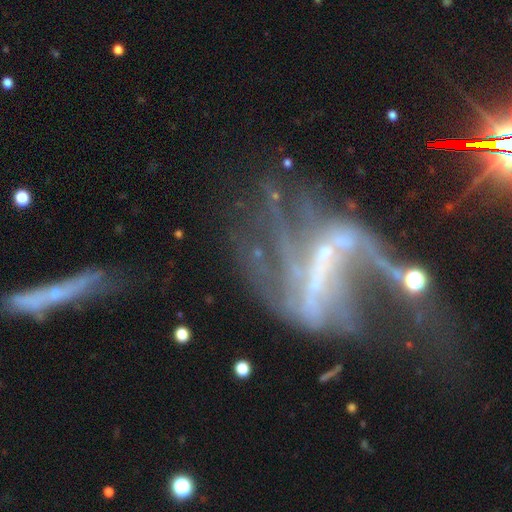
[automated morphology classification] Smooth or featured: featured or disk — 72% (star or artifact — 18%)
Edge-on disk: no — 93% (yes — 7%)
Bar: strong — 40% (no — 34%)
Spiral arms: yes — 54% (no — 46%)
Bulge size: none — 41% (small — 39%)
Merging: major disturbance — 40% (none — 29%)